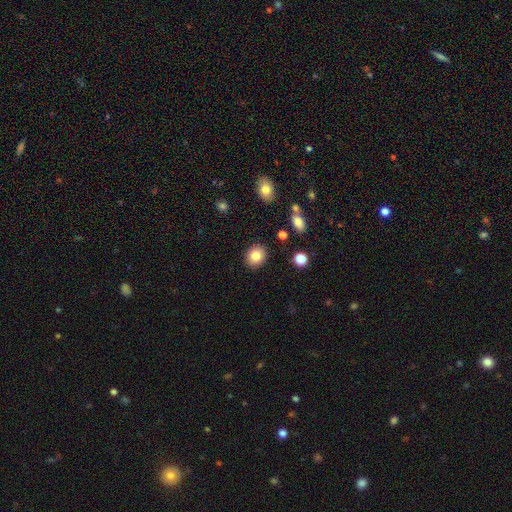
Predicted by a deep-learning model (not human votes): Smooth or featured? smooth (83%)
How rounded? round (62%)
Merging? none (88%)